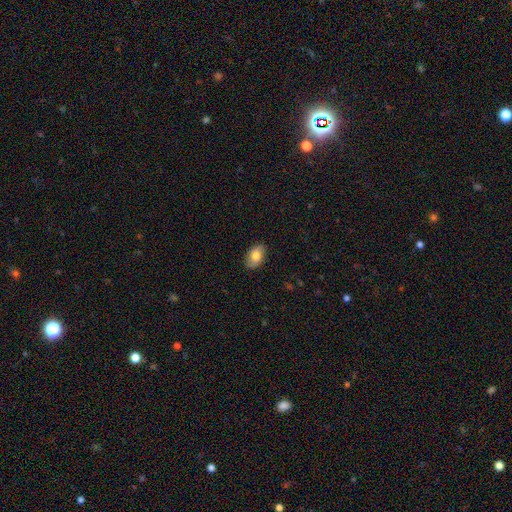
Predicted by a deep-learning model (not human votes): smooth_or_featured: smooth (p=0.72) [alt: featured or disk p=0.21]
how_rounded: in between (p=0.90) [alt: round p=0.09]
merging: none (p=0.85) [alt: minor disturbance p=0.12]